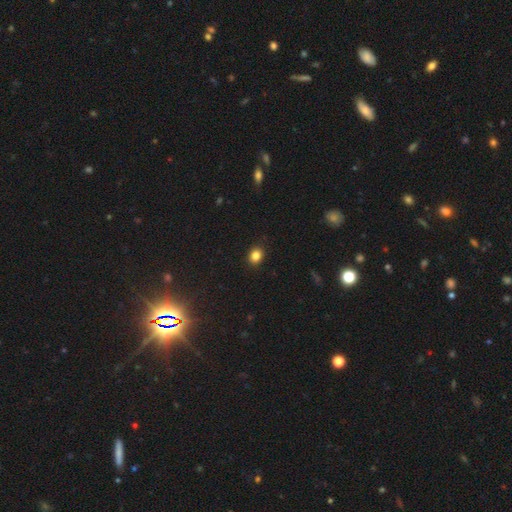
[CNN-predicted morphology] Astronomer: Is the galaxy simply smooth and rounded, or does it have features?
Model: smooth — 84%.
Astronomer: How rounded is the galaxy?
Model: round — 64%.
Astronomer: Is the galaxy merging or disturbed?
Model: none — 91%.